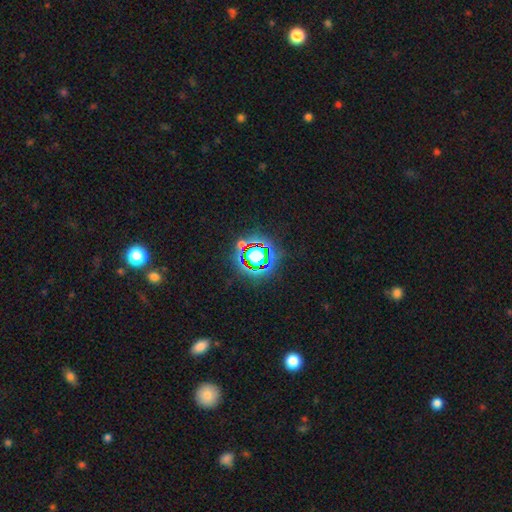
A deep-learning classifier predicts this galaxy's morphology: A star or artifact, not a galaxy (66%).

Vote fractions:
- Smooth or featured? star or artifact: 66% / smooth: 21% / featured or disk: 13%